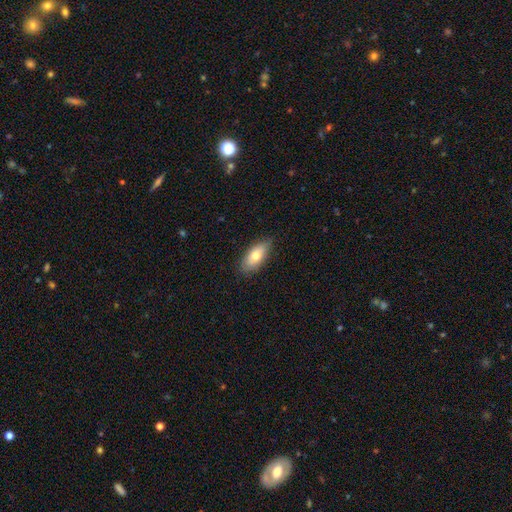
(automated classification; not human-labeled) A smooth galaxy with no disk features (71%) that is in between round and cigar-shaped (84%).

Vote fractions:
- Smooth or featured? smooth: 71% / featured or disk: 22% / star or artifact: 7%
- How rounded? in between: 84% / cigar-shaped: 12% / round: 4%
- Merging? none: 81% / minor disturbance: 15% / major disturbance: 3% / merger: 1%